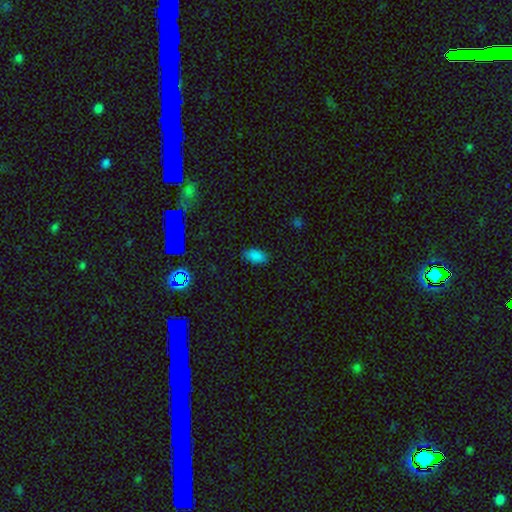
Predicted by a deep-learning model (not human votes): Smooth or featured?
  - smooth: 82% *
  - star or artifact: 14%
  - featured or disk: 4%
How rounded?
  - in between: 92% *
  - round: 5%
  - cigar-shaped: 4%
Merging?
  - none: 83% *
  - minor disturbance: 13%
  - major disturbance: 3%
  - merger: 1%